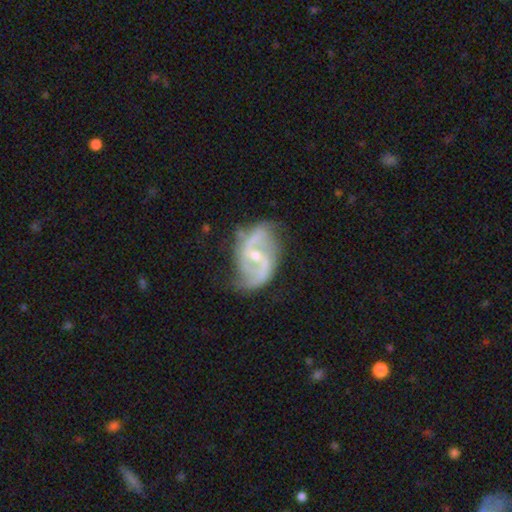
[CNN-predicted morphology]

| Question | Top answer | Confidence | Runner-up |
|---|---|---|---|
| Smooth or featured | featured or disk | 89% | smooth (6%) |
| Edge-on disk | no | 97% | yes (3%) |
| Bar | weak | 44% | strong (30%) |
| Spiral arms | yes | 95% | no (5%) |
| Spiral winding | loose | 46% | medium (42%) |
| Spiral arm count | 2 | 88% | can't tell (4%) |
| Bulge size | small | 55% | moderate (42%) |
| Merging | none | 63% | minor disturbance (24%) |